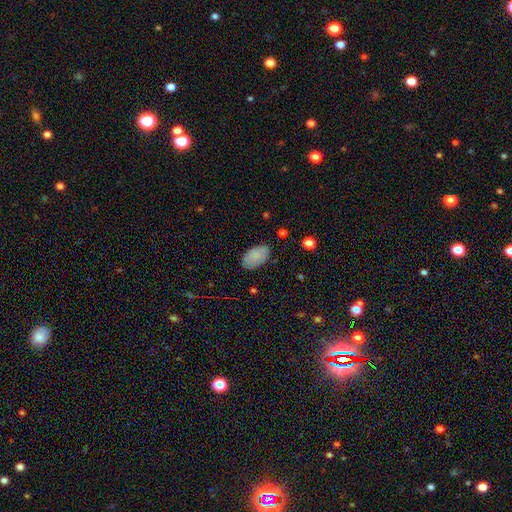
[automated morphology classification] Smooth or featured: smooth — 82% (featured or disk — 11%)
How rounded: in between — 93% (round — 5%)
Merging: none — 80% (minor disturbance — 15%)